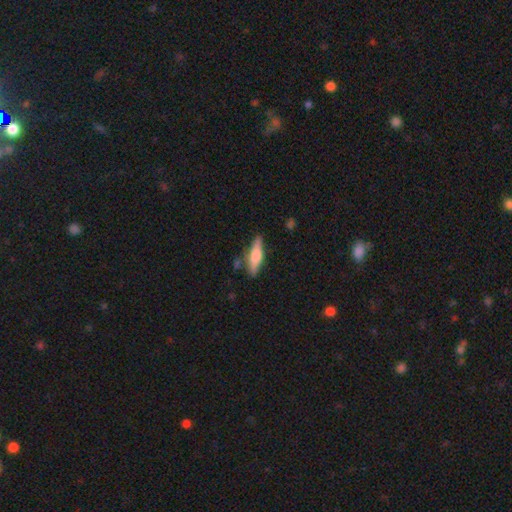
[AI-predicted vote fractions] Smooth or featured: smooth — 54% (featured or disk — 40%)
How rounded: cigar-shaped — 67% (in between — 31%)
Merging: none — 79% (minor disturbance — 14%)